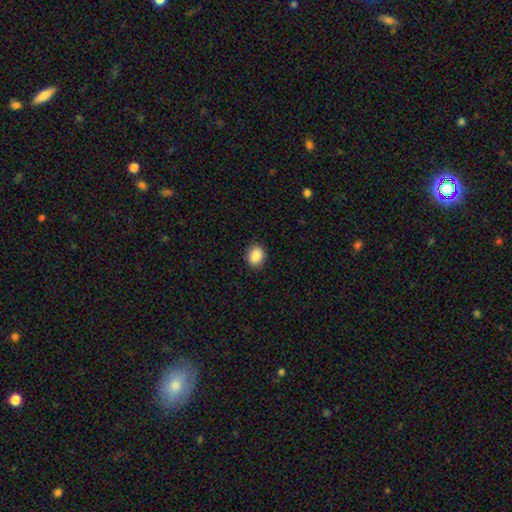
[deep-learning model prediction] A smooth galaxy with no disk features (88%) that is round (56%). Merging: none (88%).